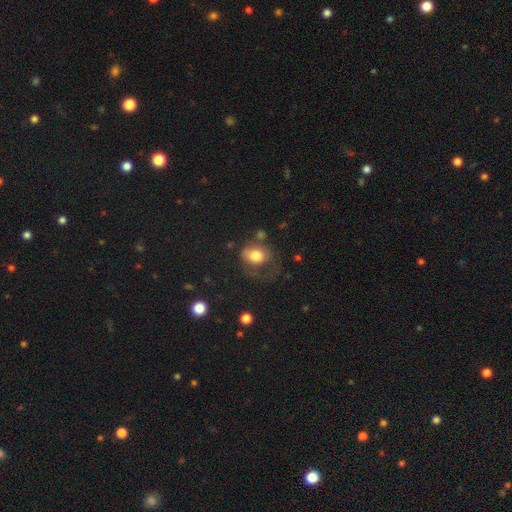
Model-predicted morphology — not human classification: smooth 74%, featured or disk 17%, star or artifact 9%. Down the decision tree: how rounded — in between (53%); merging — none (36%).